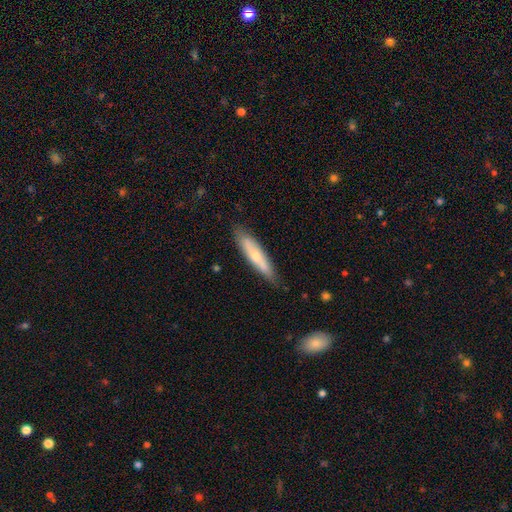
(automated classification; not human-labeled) Morphology: type=smooth (63%); roundness=cigar-shaped (83%); merging=none (81%).